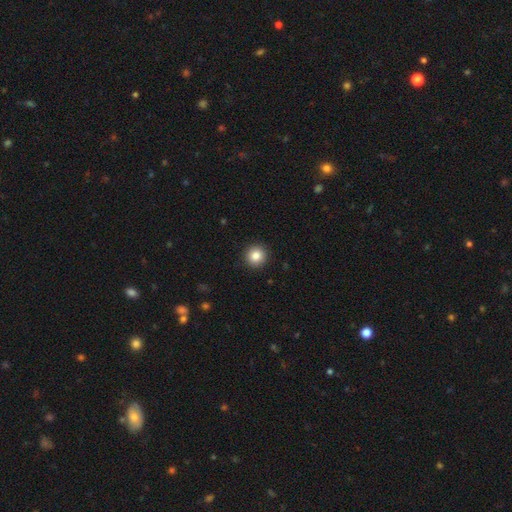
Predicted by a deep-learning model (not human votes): The model was most divided on "smooth or featured": smooth: 85%, star or artifact: 10%, featured or disk: 5%. More confident: how rounded — round (95%); merging — none (92%).